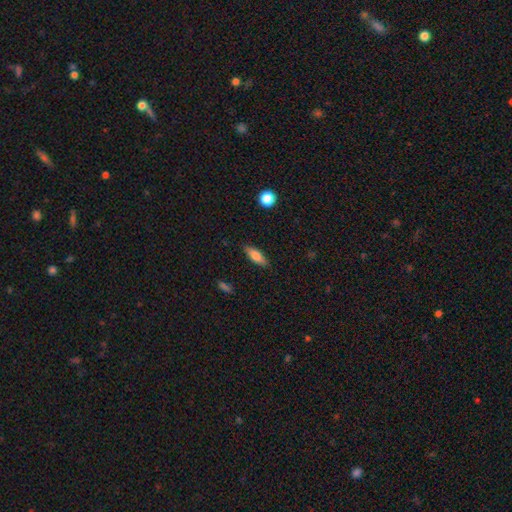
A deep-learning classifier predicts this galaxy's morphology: A smooth galaxy with no disk features (73%) that is in between round and cigar-shaped (60%).

Vote fractions:
- Smooth or featured? smooth: 73% / featured or disk: 20% / star or artifact: 7%
- How rounded? in between: 60% / cigar-shaped: 37% / round: 3%
- Merging? none: 86% / minor disturbance: 10% / major disturbance: 2% / merger: 1%